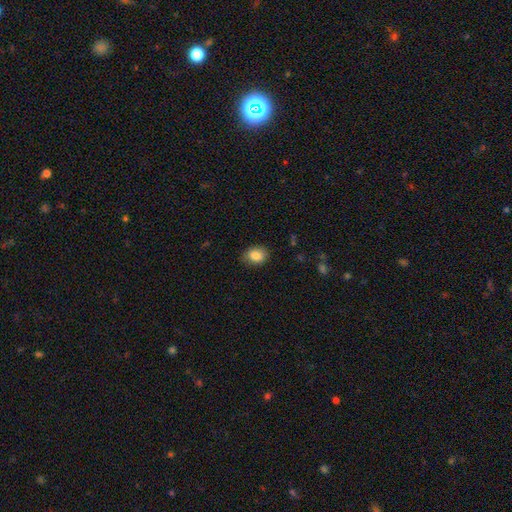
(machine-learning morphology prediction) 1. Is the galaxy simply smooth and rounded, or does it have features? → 85% smooth, 9% star or artifact, 6% featured or disk.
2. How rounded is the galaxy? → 56% in between, 43% round, 1% cigar-shaped.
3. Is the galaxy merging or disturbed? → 81% none, 14% minor disturbance, 3% major disturbance, 1% merger.